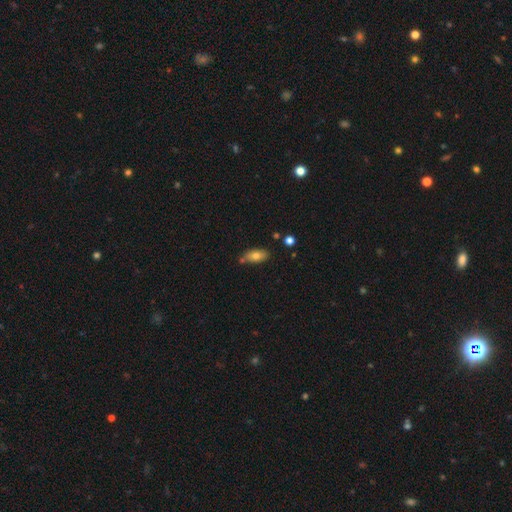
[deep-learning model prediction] The model was most divided on "merging": none: 74%, minor disturbance: 14%, merger: 9%, major disturbance: 3%. More confident: how rounded — in between (88%); smooth or featured — smooth (76%).